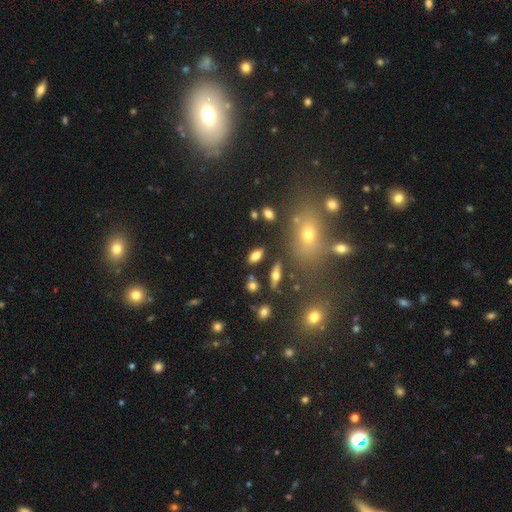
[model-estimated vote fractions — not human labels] Morphology: type=smooth (68%); roundness=in between (83%); merging=none (80%).